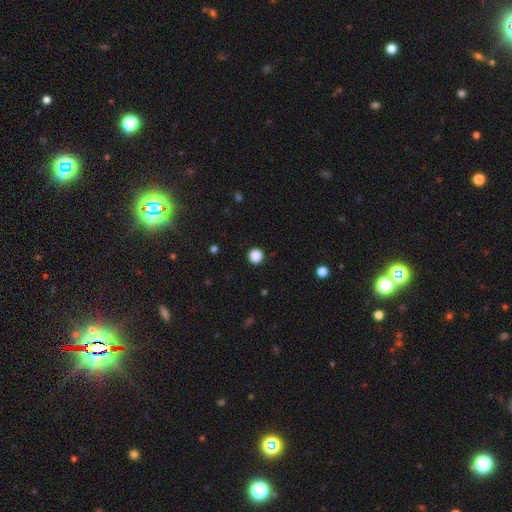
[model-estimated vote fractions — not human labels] Smooth or featured?
  - smooth: 87% *
  - star or artifact: 11%
  - featured or disk: 2%
How rounded?
  - round: 96% *
  - in between: 3%
  - cigar-shaped: 1%
Merging?
  - none: 93% *
  - minor disturbance: 4%
  - major disturbance: 2%
  - merger: 1%